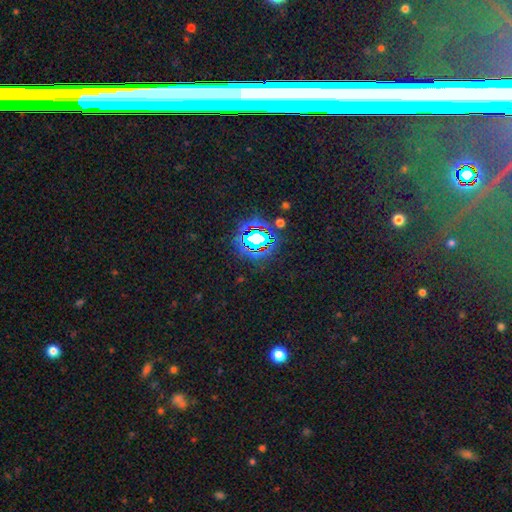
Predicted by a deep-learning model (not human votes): Smooth or featured: star or artifact — 77% (smooth — 13%)